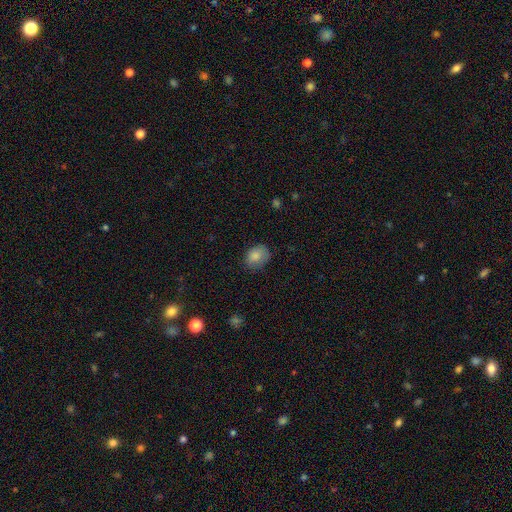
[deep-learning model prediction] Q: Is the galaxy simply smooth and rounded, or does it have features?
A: smooth — 84%.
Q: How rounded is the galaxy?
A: in between — 62%.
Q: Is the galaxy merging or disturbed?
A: none — 70%.